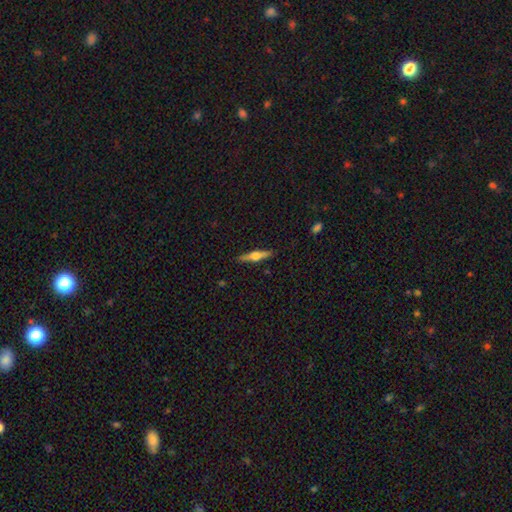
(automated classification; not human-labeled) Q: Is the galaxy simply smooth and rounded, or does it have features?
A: featured or disk — 65%.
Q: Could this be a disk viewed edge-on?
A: yes — 97%.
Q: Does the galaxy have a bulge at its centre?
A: rounded — 92%.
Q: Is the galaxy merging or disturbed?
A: none — 88%.